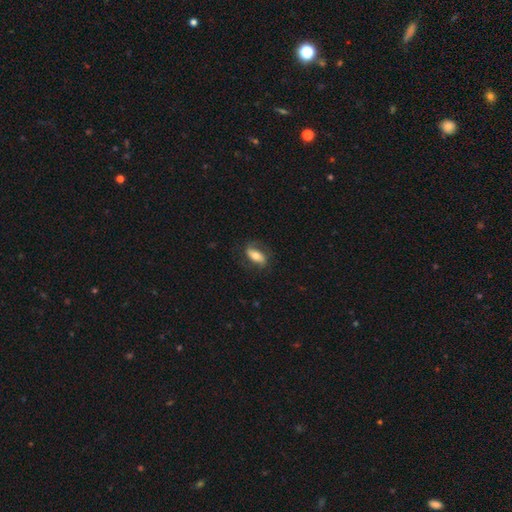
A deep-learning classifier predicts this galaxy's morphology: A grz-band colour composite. It shows a smooth galaxy with no disk features (52%) that is in between round and cigar-shaped (79%). Merging: none (70%).